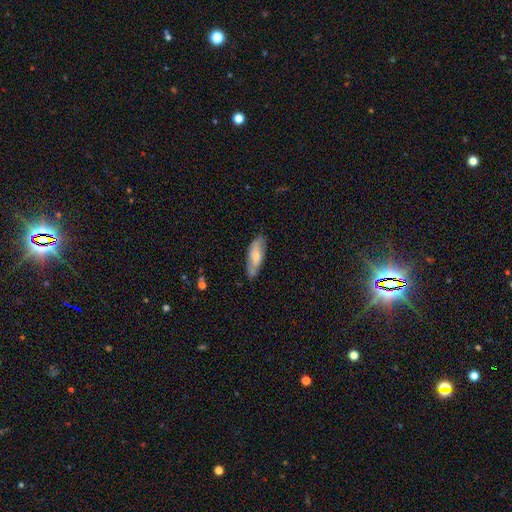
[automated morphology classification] Overall: smooth (61%; featured or disk 33%). How rounded: in between (61%; cigar-shaped 37%). Merging: none (71%).